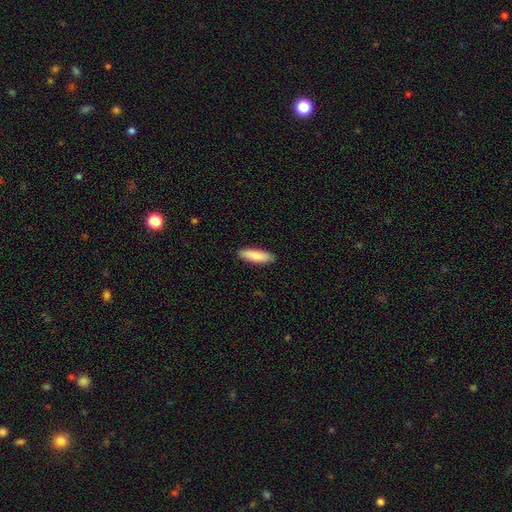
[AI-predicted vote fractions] This appears to be a smooth galaxy with no disk features (86%) that is cigar-shaped (59%). Merging: none (90%).